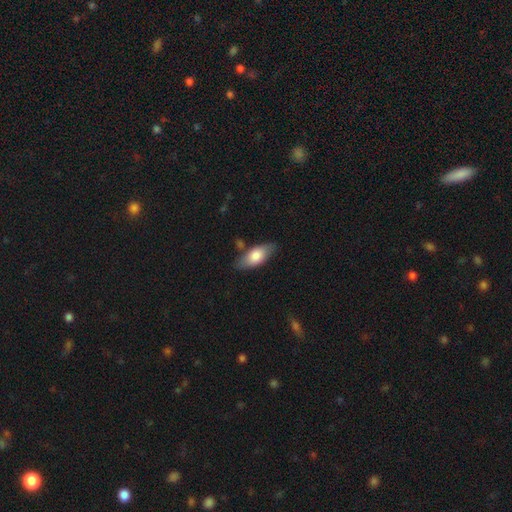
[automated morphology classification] type=smooth (74%); roundness=in between (82%); merging=none (77%).